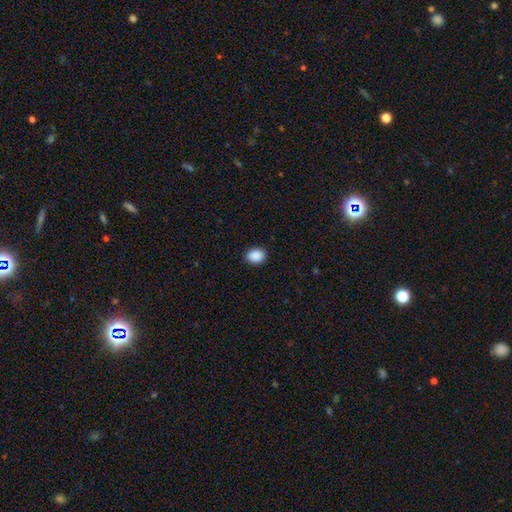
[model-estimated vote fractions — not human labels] smooth-or-featured: smooth: 90% | star or artifact: 8% | featured or disk: 2%
  how-rounded: in between: 55% | round: 44% | cigar-shaped: 1%
  merging: none: 91% | minor disturbance: 7% | major disturbance: 2% | merger: 1%